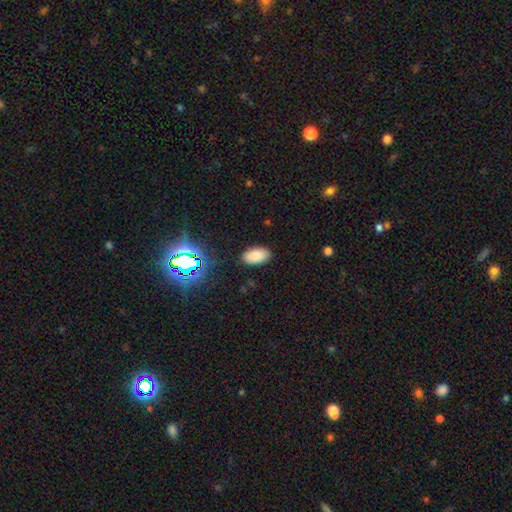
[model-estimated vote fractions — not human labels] Smooth or featured: smooth — 83% (star or artifact — 12%)
How rounded: in between — 94% (round — 4%)
Merging: none — 87% (minor disturbance — 9%)